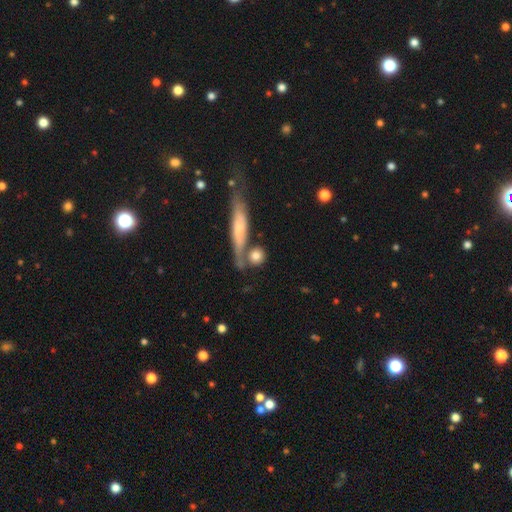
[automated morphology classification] smooth_or_featured: smooth (p=0.75) [alt: featured or disk p=0.17]
how_rounded: round (p=0.74) [alt: in between p=0.14]
merging: none (p=0.61) [alt: merger p=0.21]